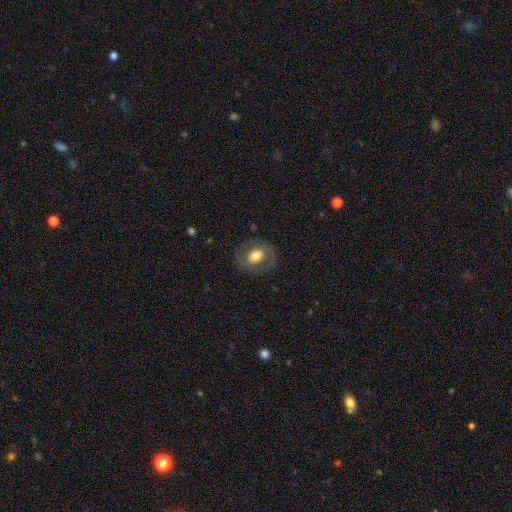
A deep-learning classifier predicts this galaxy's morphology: smooth 50%, featured or disk 43%, star or artifact 7%. Down the decision tree: merging — none (78%).